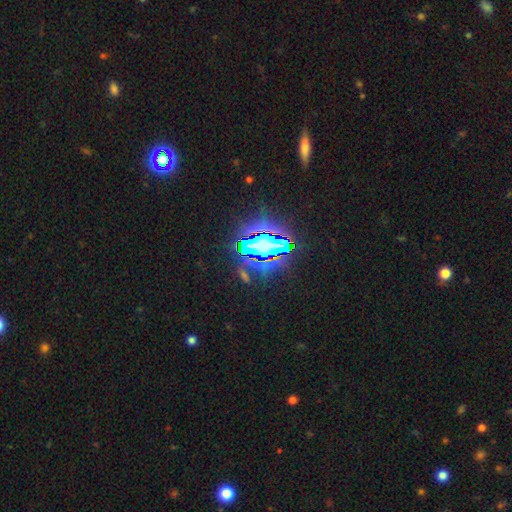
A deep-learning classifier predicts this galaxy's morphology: Smooth or featured? star or artifact (84%)